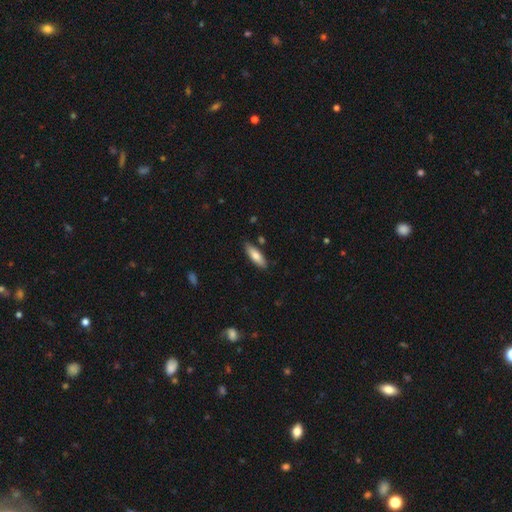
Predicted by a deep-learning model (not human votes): The model was most divided on "how rounded": in between: 54%, cigar-shaped: 44%, round: 2%. More confident: merging — none (85%); smooth or featured — smooth (77%).